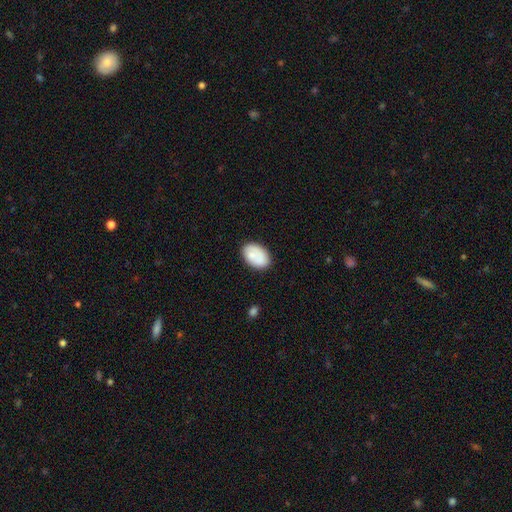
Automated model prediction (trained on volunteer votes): Smooth or featured?
  - smooth: 79% *
  - featured or disk: 15%
  - star or artifact: 6%
How rounded?
  - in between: 89% *
  - round: 10%
  - cigar-shaped: 1%
Merging?
  - none: 81% *
  - minor disturbance: 14%
  - major disturbance: 3%
  - merger: 2%